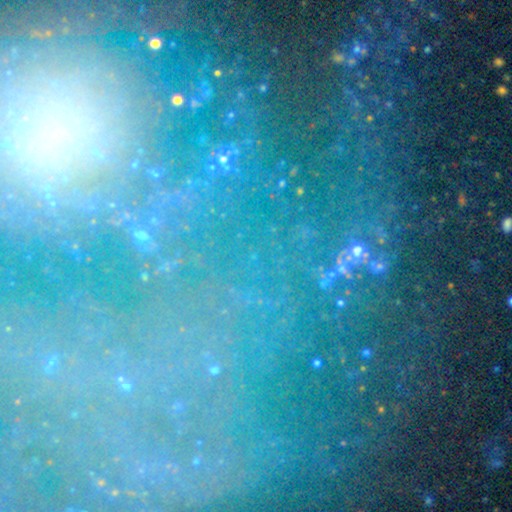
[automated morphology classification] A star or artifact, not a galaxy (68%).